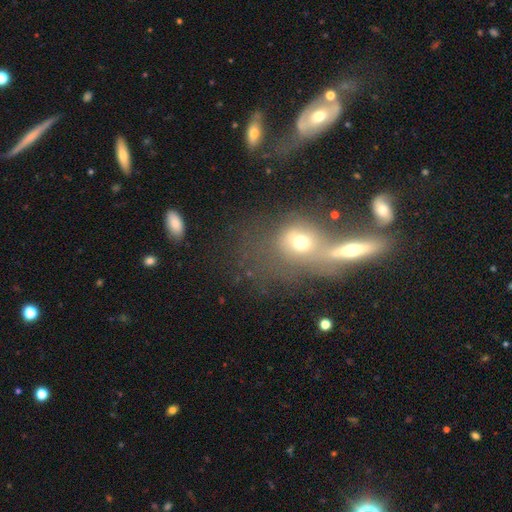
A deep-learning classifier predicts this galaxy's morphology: The model was most divided on "smooth or featured": smooth: 45%, featured or disk: 31%, star or artifact: 24%. More confident: merging — merger (50%).